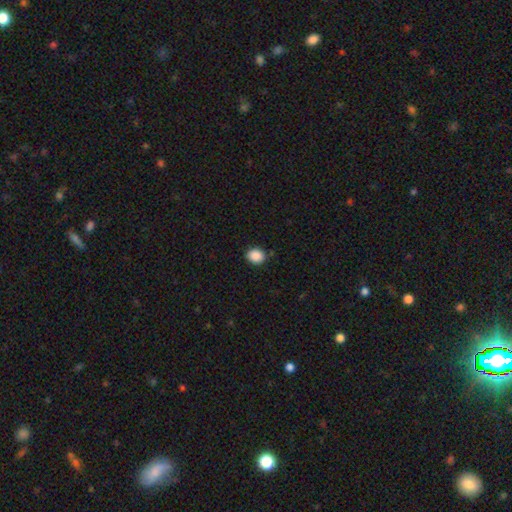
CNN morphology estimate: Smooth or featured: smooth — 89% (star or artifact — 9%)
How rounded: round — 57% (in between — 42%)
Merging: none — 87% (minor disturbance — 10%)